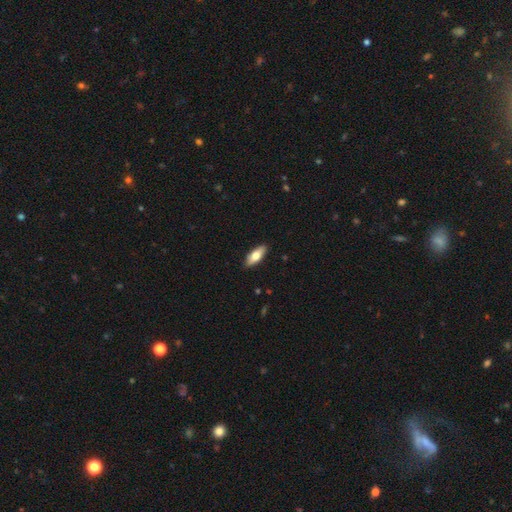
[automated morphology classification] Smooth or featured? Predicted: smooth (p=0.71). How rounded? Predicted: in between (p=0.70). Merging? Predicted: none (p=0.89).